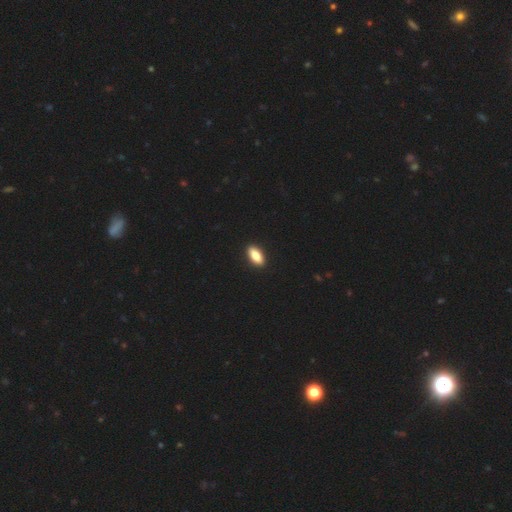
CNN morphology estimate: type=smooth (85%); roundness=in between (86%); merging=none (92%).